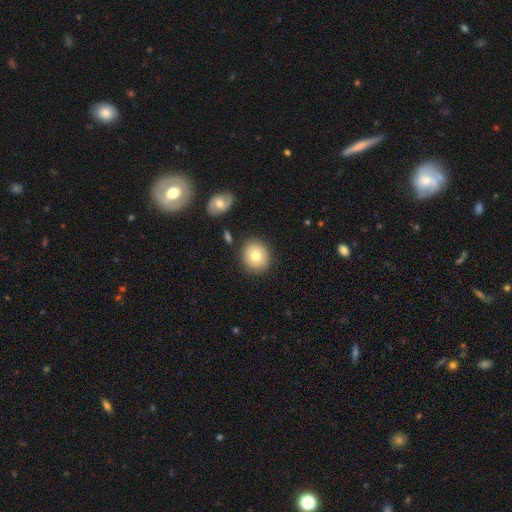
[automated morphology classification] Smooth or featured: smooth — 77% (featured or disk — 13%)
How rounded: round — 80% (in between — 20%)
Merging: none — 85% (minor disturbance — 9%)